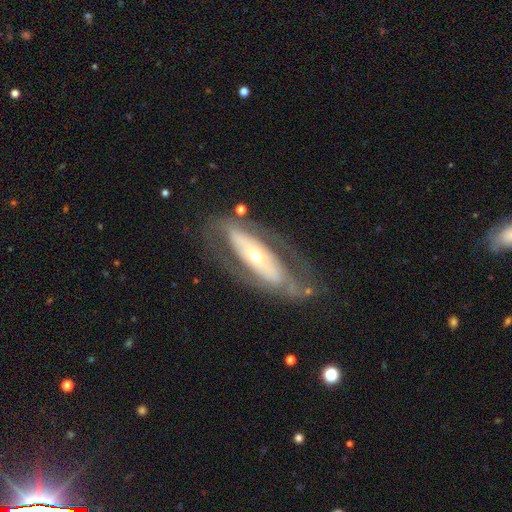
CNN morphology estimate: Smooth or featured? featured or disk (74%)
Edge-on disk? no (80%)
Bar? no (57%)
Spiral arms? no (52%)
Bulge size? small (47%)
Merging? none (67%)